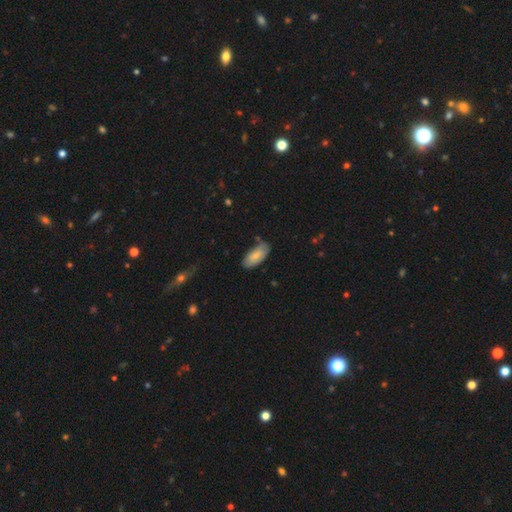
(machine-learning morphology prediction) type=smooth (80%); roundness=in between (90%); merging=none (74%).